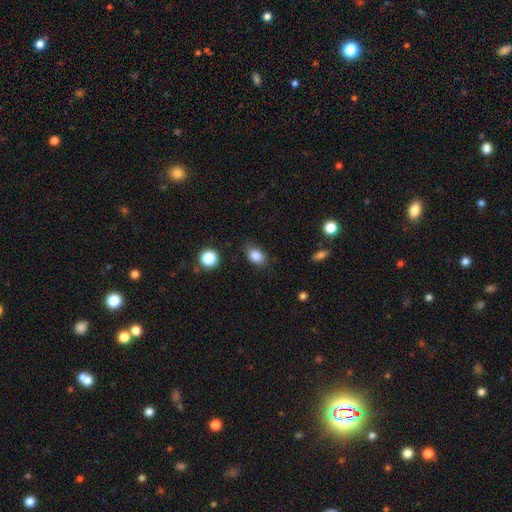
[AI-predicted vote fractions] Smooth or featured: smooth — 85% (star or artifact — 9%)
How rounded: in between — 75% (round — 24%)
Merging: none — 74% (minor disturbance — 20%)